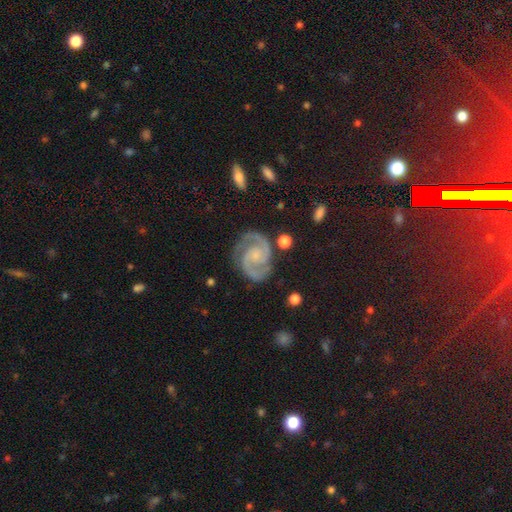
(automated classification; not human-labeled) Smooth or featured: featured or disk — 92% (star or artifact — 4%)
Edge-on disk: no — 98% (yes — 2%)
Bar: no — 62% (weak — 30%)
Spiral arms: yes — 99% (no — 1%)
Spiral winding: medium — 52% (tight — 41%)
Spiral arm count: 2 — 94% (3 — 2%)
Bulge size: small — 50% (none — 27%)
Merging: none — 81% (minor disturbance — 13%)